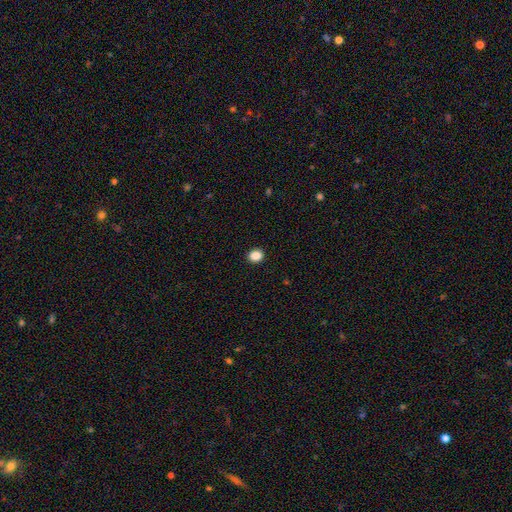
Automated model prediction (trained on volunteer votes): Morphology: type=smooth (88%); roundness=round (65%); merging=none (91%).